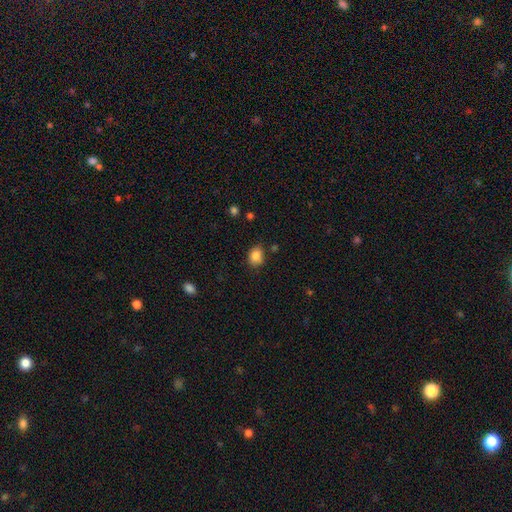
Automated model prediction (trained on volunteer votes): Overall: smooth (85%). How rounded: in between (55%; round 44%). Merging: none (77%).